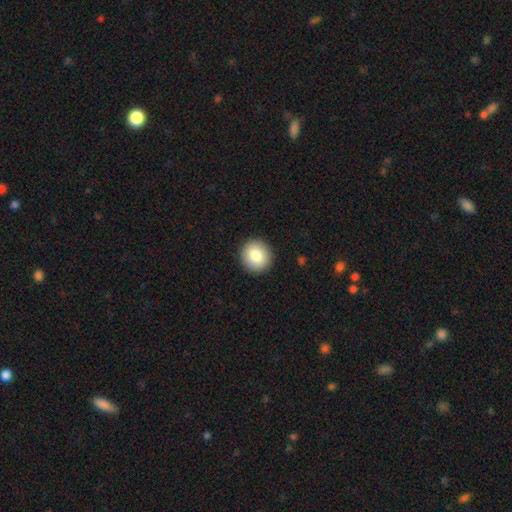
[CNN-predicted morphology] Overall: smooth (84%). How rounded: round (92%). Merging: none (92%).